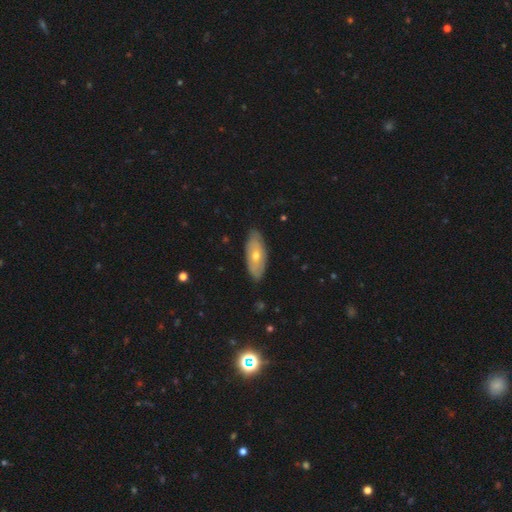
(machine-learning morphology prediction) Smooth or featured? featured or disk (50%)
Merging? none (84%)